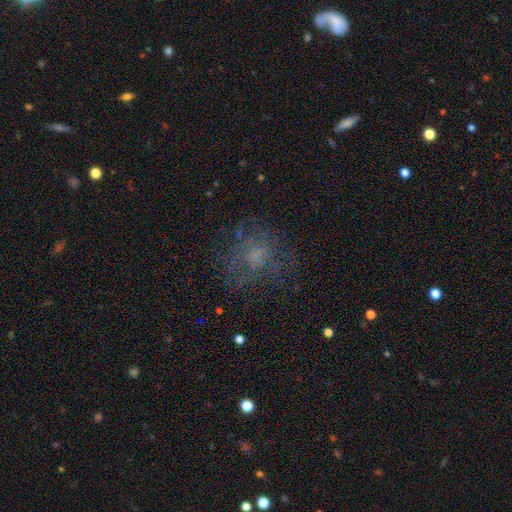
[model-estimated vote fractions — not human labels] Q: Smooth or featured?
A: smooth (45%); runner-up: featured or disk (34%)
Q: Merging?
A: none (62%); runner-up: major disturbance (19%)